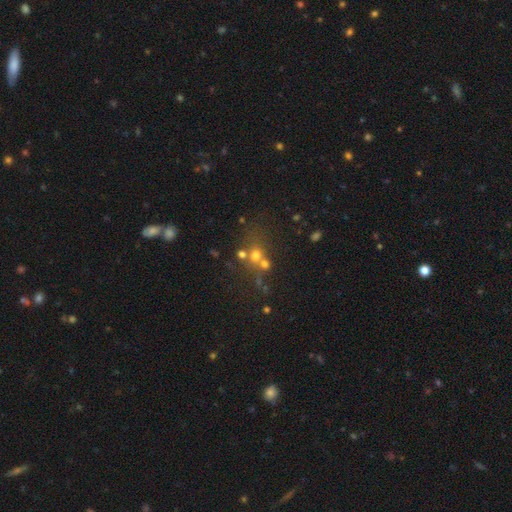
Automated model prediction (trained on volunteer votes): The model was most divided on "merging": none: 43%, merger: 42%, minor disturbance: 9%, major disturbance: 6%. More confident: how rounded — round (79%); smooth or featured — smooth (58%).